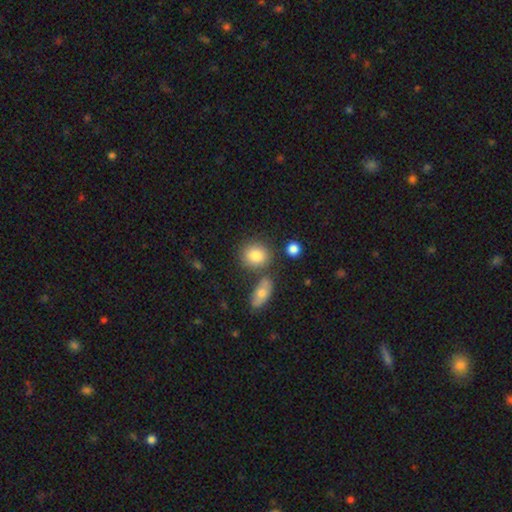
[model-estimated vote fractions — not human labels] Smooth or featured? Predicted: smooth (p=0.83). How rounded? Predicted: round (p=0.72). Merging? Predicted: none (p=0.70).